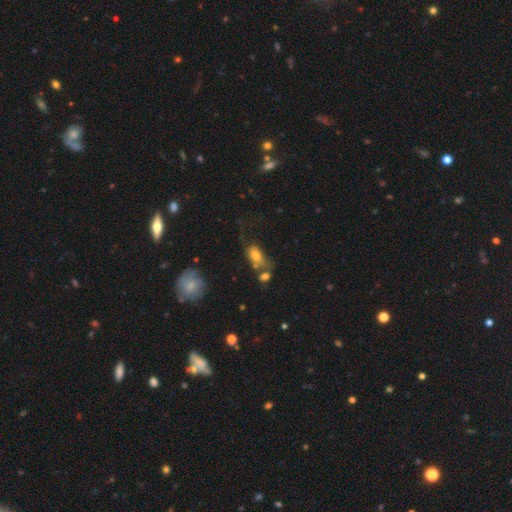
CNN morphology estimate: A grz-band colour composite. It shows a smooth galaxy with no disk features (66%) that is in between round and cigar-shaped (82%). Merging: none (31%).